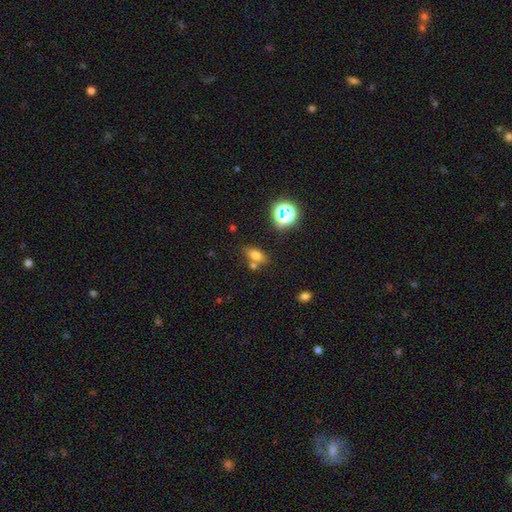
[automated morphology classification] A smooth galaxy with no disk features (70%) that is in between round and cigar-shaped (77%). Merging: none (61%).